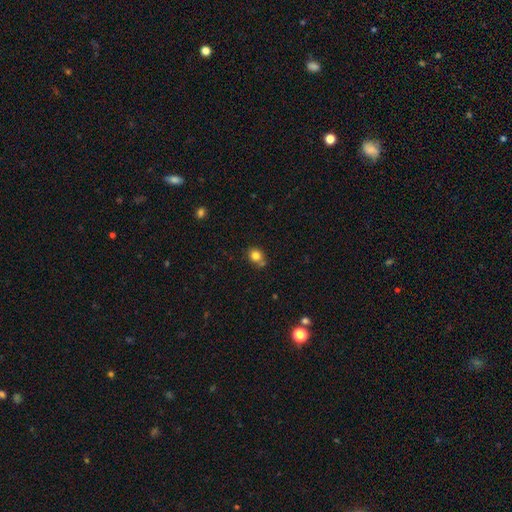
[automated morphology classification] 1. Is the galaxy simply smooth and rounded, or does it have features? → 81% smooth, 12% star or artifact, 7% featured or disk.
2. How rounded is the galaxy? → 74% round, 25% in between, 1% cigar-shaped.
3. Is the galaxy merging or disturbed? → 62% none, 18% merger, 15% minor disturbance, 4% major disturbance.